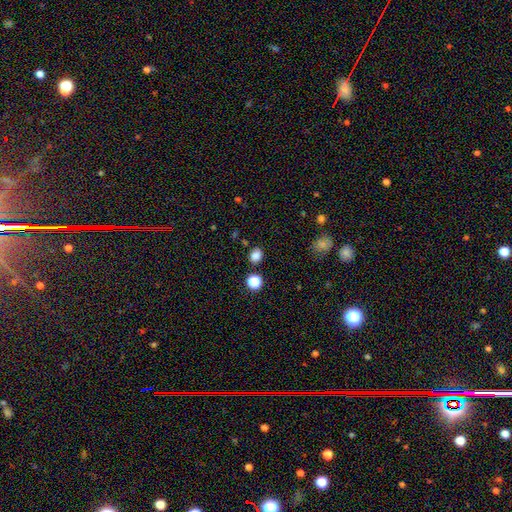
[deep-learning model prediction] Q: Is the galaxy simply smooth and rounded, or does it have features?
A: smooth — 82%.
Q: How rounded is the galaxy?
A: round — 61%.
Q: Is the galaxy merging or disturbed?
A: none — 84%.